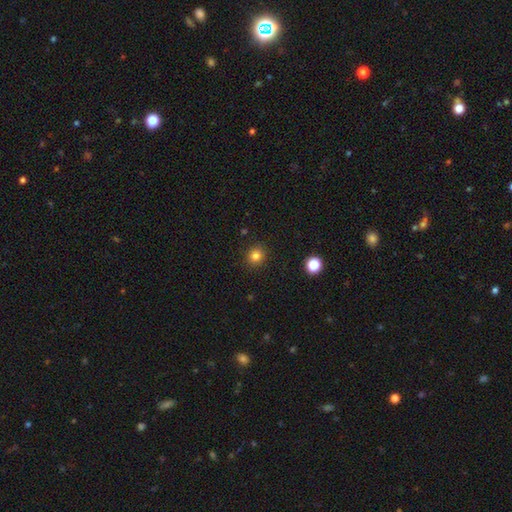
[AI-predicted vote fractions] A smooth galaxy with no disk features (82%) that is round (87%).

Vote fractions:
- Smooth or featured? smooth: 82% / star or artifact: 13% / featured or disk: 6%
- How rounded? round: 87% / in between: 12% / cigar-shaped: 1%
- Merging? none: 90% / minor disturbance: 6% / major disturbance: 2% / merger: 1%